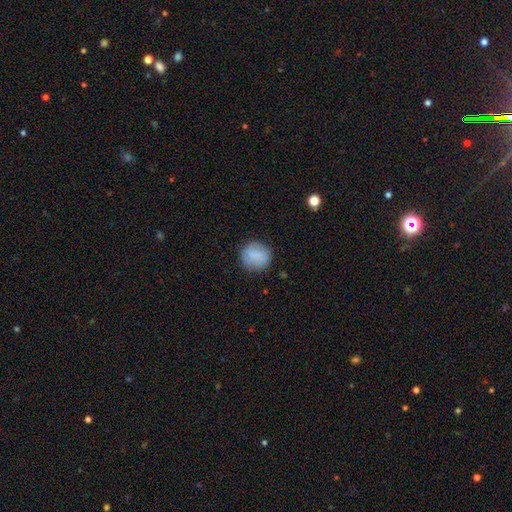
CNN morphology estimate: smooth-or-featured: smooth: 82% | featured or disk: 10% | star or artifact: 7%
  how-rounded: round: 88% | in between: 11% | cigar-shaped: 1%
  merging: none: 84% | minor disturbance: 11% | major disturbance: 3% | merger: 1%